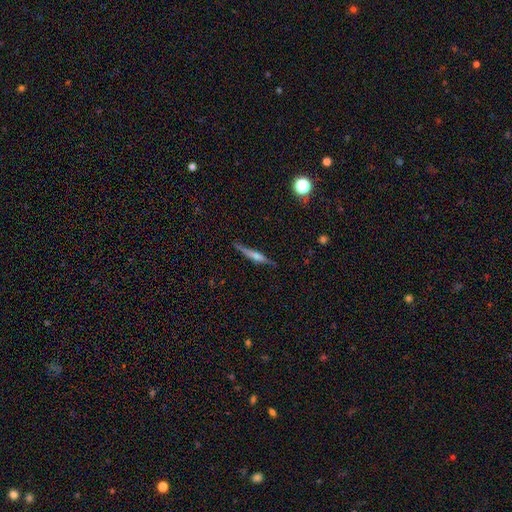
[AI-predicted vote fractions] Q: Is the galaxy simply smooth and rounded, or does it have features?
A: featured or disk — 65%.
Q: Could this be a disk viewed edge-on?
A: yes — 97%.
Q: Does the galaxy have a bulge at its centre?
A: rounded — 65%.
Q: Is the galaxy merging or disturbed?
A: none — 84%.